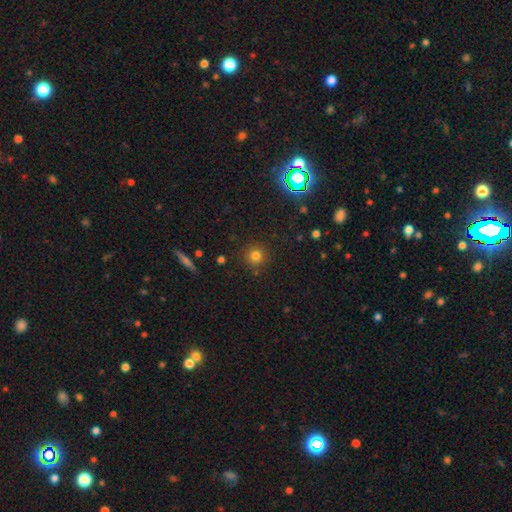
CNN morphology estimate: type=smooth (77%); roundness=round (94%); merging=none (88%).